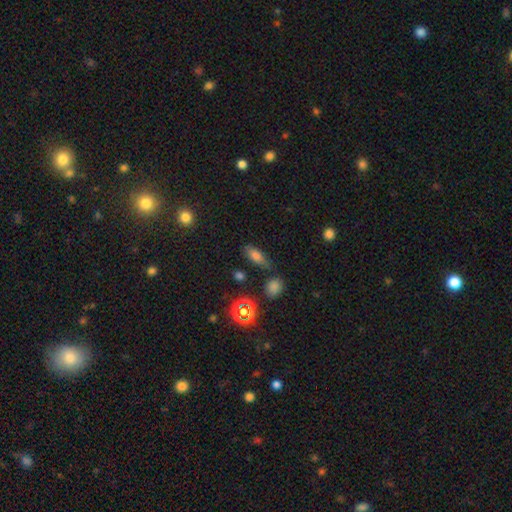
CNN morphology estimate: A smooth galaxy with no disk features (73%) that is in between round and cigar-shaped (75%). Merging: none (68%).